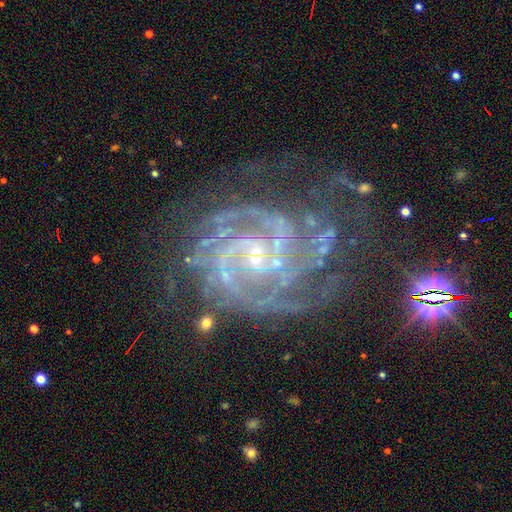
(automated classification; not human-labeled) This is clearly a featured or disk galaxy (91%). It is clearly not viewed edge-on (98%). Bar: marginally no (42%). Spiral arm pattern: clearly yes (98%). Spiral arm count: marginally 2 (32%). Spiral winding: likely tight (64%). Central bulge: likely small (75%). Merging: likely none (61%).